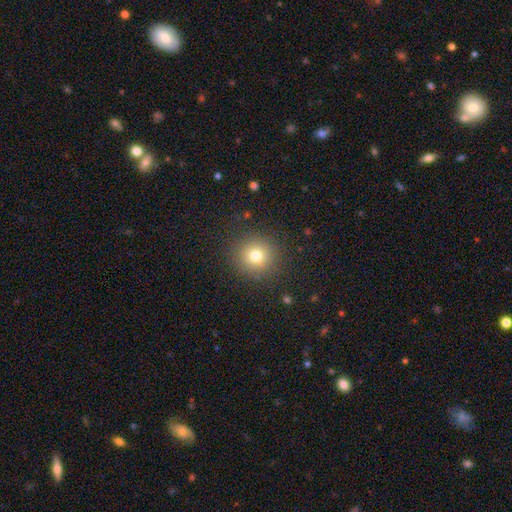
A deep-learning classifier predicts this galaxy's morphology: Smooth or featured: smooth — 76% (star or artifact — 15%)
How rounded: round — 93% (in between — 6%)
Merging: none — 89% (minor disturbance — 7%)